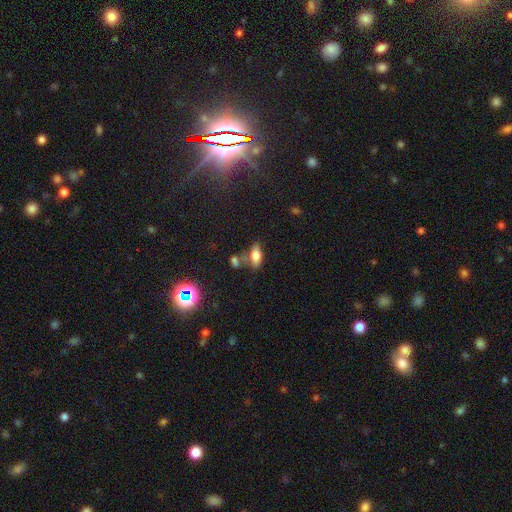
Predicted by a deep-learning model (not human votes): Smooth or featured: smooth — 70% (featured or disk — 19%)
How rounded: in between — 81% (cigar-shaped — 14%)
Merging: none — 54% (merger — 21%)